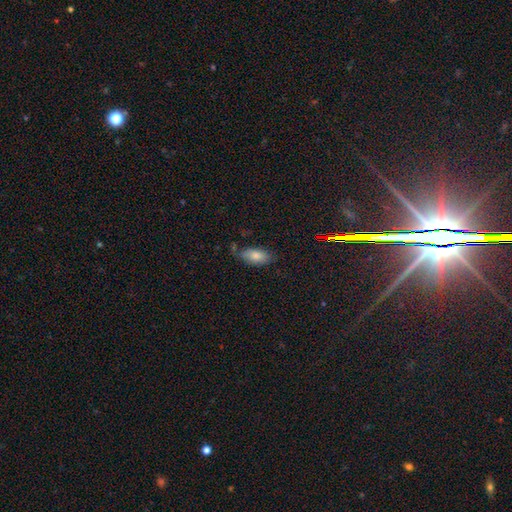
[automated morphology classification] This appears to be a smooth galaxy with no disk features (80%) that is in between round and cigar-shaped (89%). Merging: none (65%).